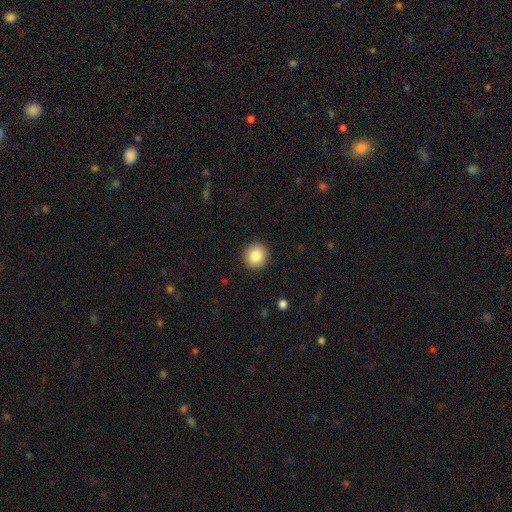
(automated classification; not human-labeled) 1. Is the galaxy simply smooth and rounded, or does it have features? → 86% smooth, 9% star or artifact, 6% featured or disk.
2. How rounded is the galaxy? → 92% round, 7% in between, 1% cigar-shaped.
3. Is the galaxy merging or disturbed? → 92% none, 5% minor disturbance, 2% major disturbance, 1% merger.